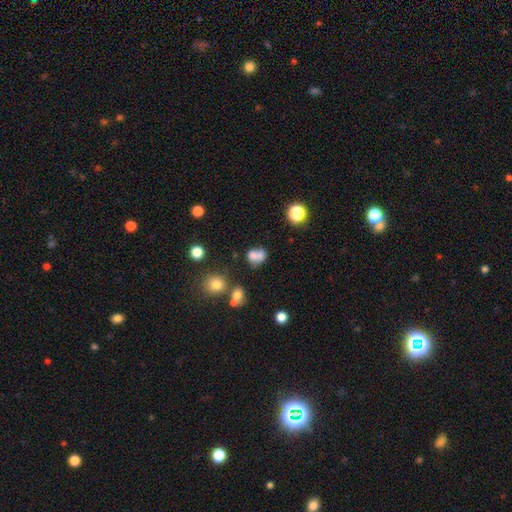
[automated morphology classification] Smooth or featured? smooth (70%)
How rounded? round (56%)
Merging? merger (47%)